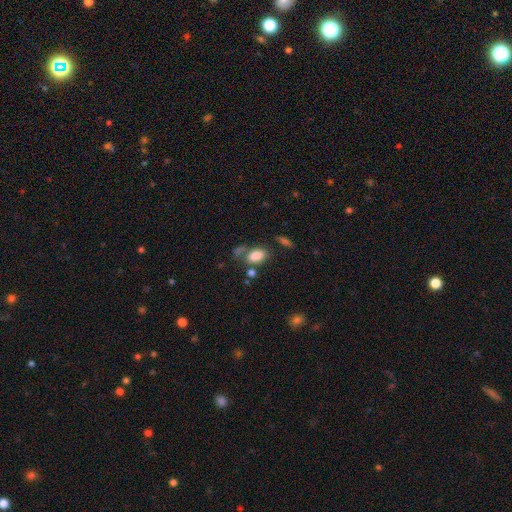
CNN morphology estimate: type=smooth (81%); roundness=in between (88%); merging=none (52%).